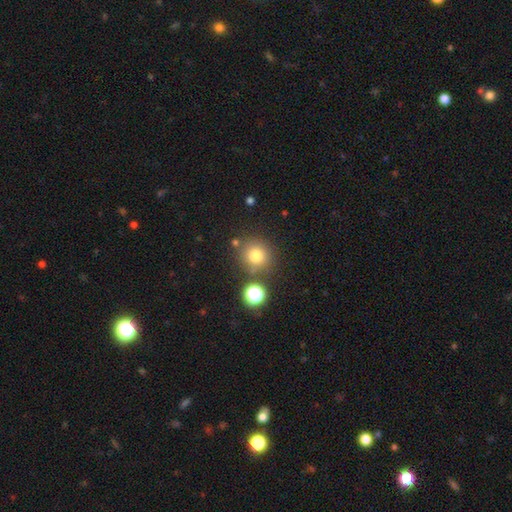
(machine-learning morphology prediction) Smooth or featured? Predicted: smooth (p=0.77). How rounded? Predicted: round (p=0.92). Merging? Predicted: none (p=0.79).